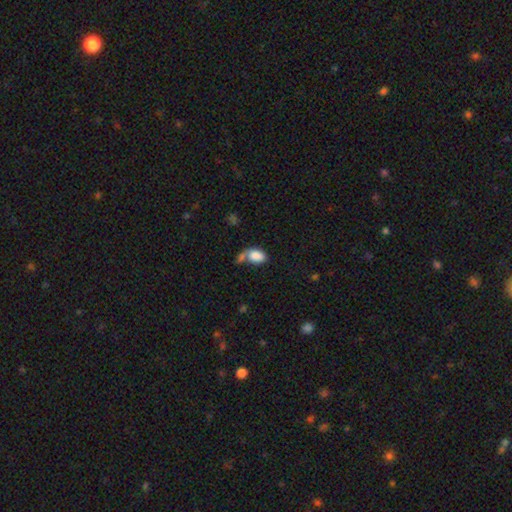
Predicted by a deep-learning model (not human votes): Overall: smooth (83%). How rounded: in between (90%). Merging: merger (40%; none 35%).